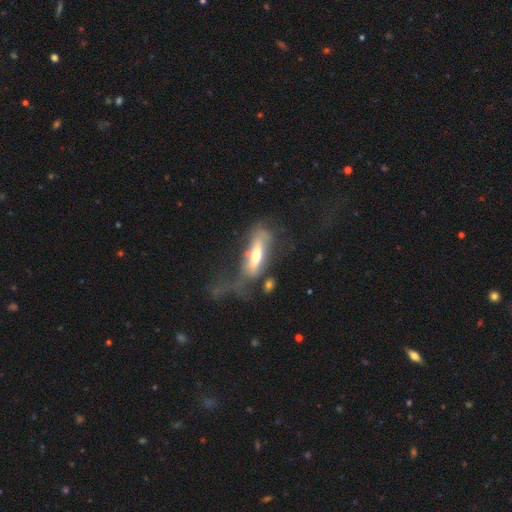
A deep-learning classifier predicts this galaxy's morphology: A smooth galaxy with no disk features (47%).

Vote fractions:
- Smooth or featured? smooth: 47% / featured or disk: 46% / star or artifact: 7%
- Merging? major disturbance: 44% / none: 27% / minor disturbance: 19% / merger: 10%